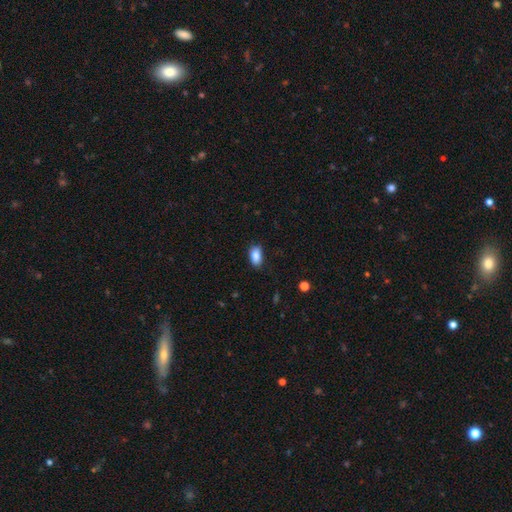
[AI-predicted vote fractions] Morphology: type=smooth (85%); roundness=in between (90%); merging=none (78%).